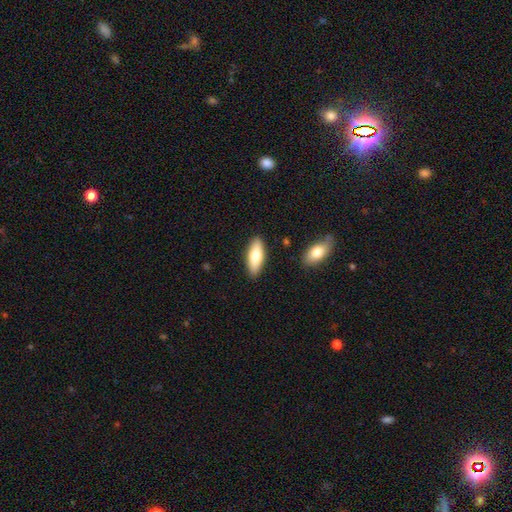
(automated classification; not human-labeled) Morphology: type=smooth (73%); roundness=in between (69%); merging=none (87%).